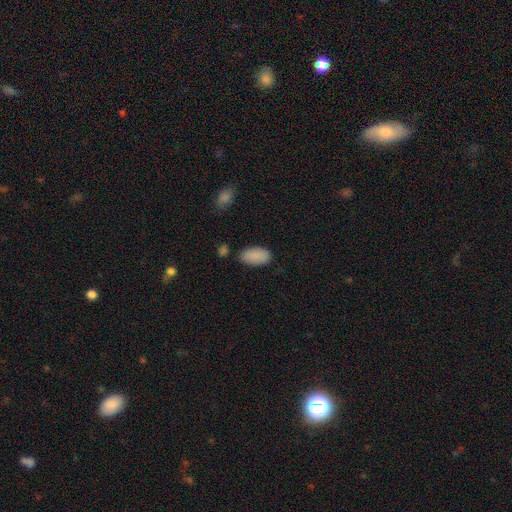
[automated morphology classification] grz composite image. It shows a smooth galaxy with no disk features (89%) that is in between round and cigar-shaped (95%). Merging: none (78%).